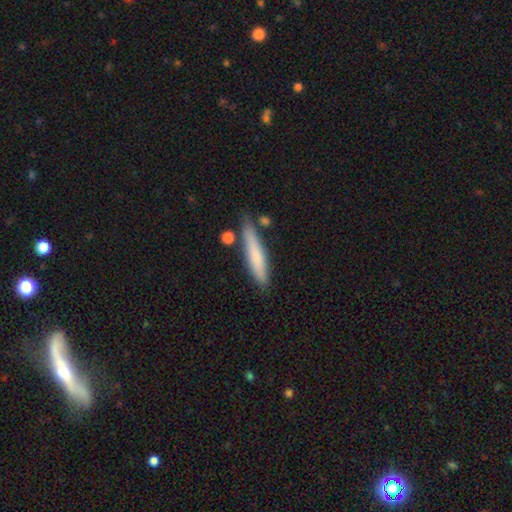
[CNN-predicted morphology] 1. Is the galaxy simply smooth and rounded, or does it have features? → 74% smooth, 20% featured or disk, 6% star or artifact.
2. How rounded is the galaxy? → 89% cigar-shaped, 10% in between, 1% round.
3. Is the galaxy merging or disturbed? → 77% none, 15% minor disturbance, 5% merger, 3% major disturbance.